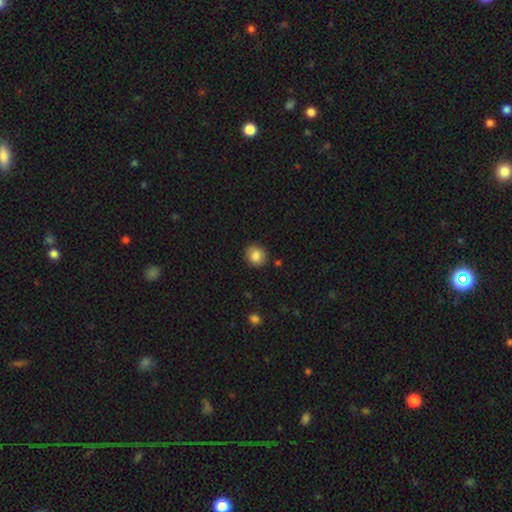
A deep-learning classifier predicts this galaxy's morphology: This is clearly a smooth galaxy (86%). How rounded: clearly round (82%). Merging: clearly none (87%).